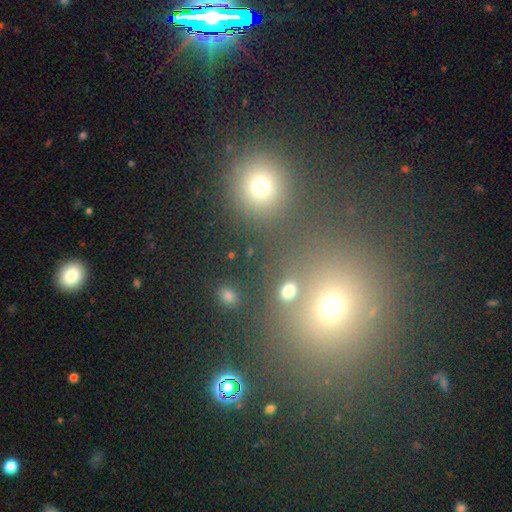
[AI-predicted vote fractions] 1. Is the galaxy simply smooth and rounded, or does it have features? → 53% smooth, 37% star or artifact, 10% featured or disk.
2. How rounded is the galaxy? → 85% round, 14% in between, 1% cigar-shaped.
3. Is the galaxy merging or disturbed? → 75% none, 14% merger, 8% minor disturbance, 4% major disturbance.